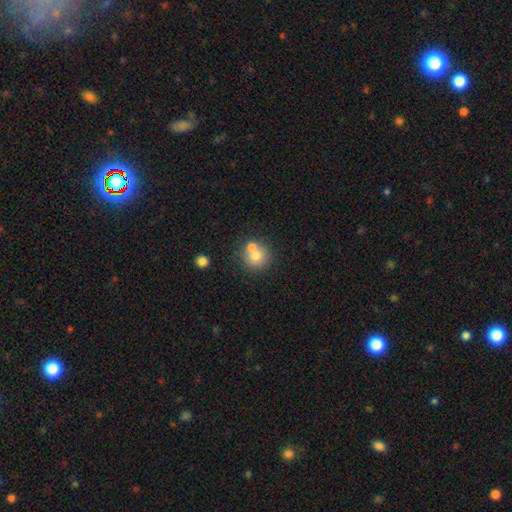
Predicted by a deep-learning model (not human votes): Smooth or featured? Predicted: smooth (p=0.73). How rounded? Predicted: round (p=0.90). Merging? Predicted: none (p=0.54).